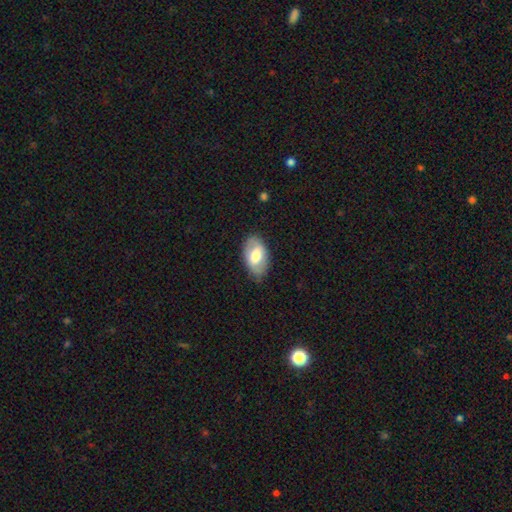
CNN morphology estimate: A smooth galaxy with no disk features (57%) that is in between round and cigar-shaped (93%).

Vote fractions:
- Smooth or featured? smooth: 57% / featured or disk: 37% / star or artifact: 6%
- How rounded? in between: 93% / round: 6% / cigar-shaped: 2%
- Merging? none: 79% / minor disturbance: 16% / major disturbance: 4% / merger: 1%